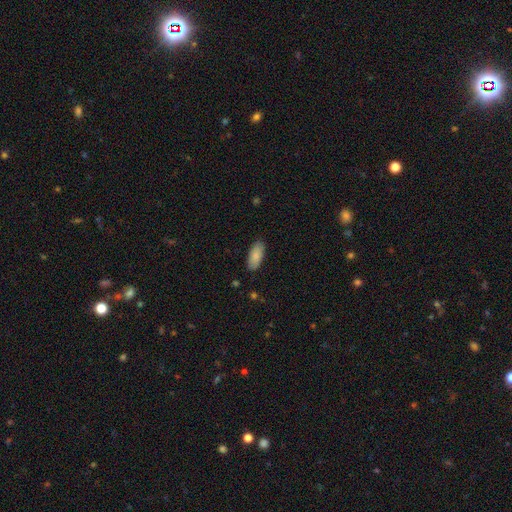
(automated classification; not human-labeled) A smooth galaxy with no disk features (87%) that is in between round and cigar-shaped (85%). Merging: none (87%).